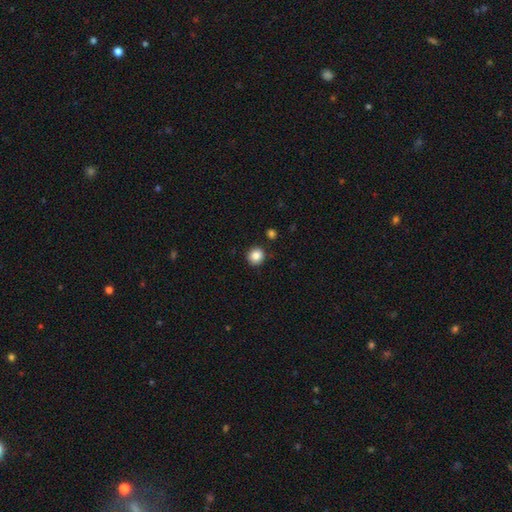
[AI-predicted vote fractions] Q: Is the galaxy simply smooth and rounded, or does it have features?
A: smooth — 85%.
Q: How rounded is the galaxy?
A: round — 91%.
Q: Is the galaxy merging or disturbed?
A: none — 90%.